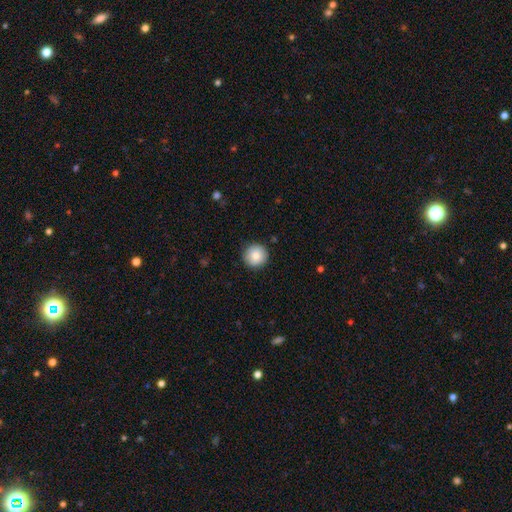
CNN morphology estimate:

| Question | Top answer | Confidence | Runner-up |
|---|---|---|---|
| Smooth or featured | smooth | 86% | star or artifact (8%) |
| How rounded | round | 95% | in between (4%) |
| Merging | none | 89% | minor disturbance (8%) |